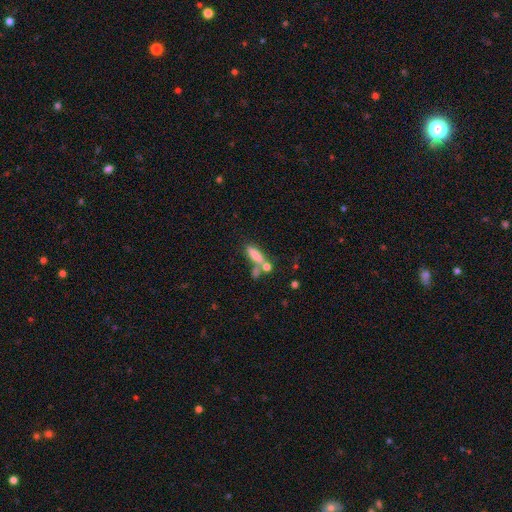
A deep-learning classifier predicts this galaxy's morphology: smooth 73%, featured or disk 17%, star or artifact 10%. Down the decision tree: how rounded — cigar-shaped (59%); merging — none (42%).